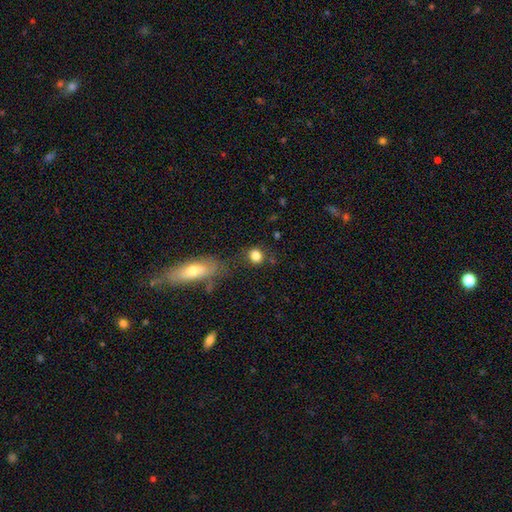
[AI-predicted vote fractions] Smooth or featured: smooth — 83% (star or artifact — 10%)
How rounded: round — 73% (in between — 26%)
Merging: none — 74% (minor disturbance — 13%)